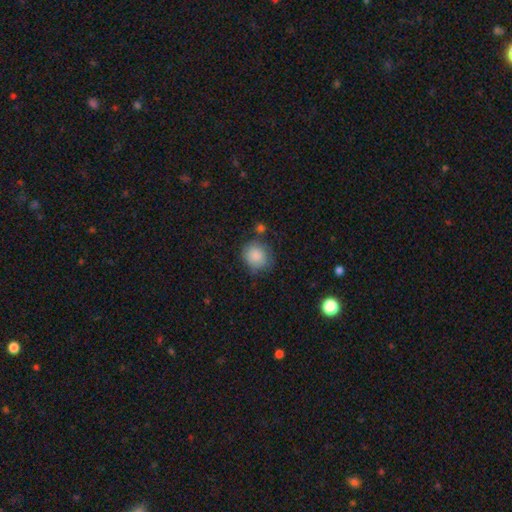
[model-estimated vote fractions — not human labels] A smooth galaxy with no disk features (87%) that is round (78%).

Vote fractions:
- Smooth or featured? smooth: 87% / star or artifact: 8% / featured or disk: 6%
- How rounded? round: 78% / in between: 21% / cigar-shaped: 1%
- Merging? none: 68% / minor disturbance: 20% / merger: 6% / major disturbance: 6%